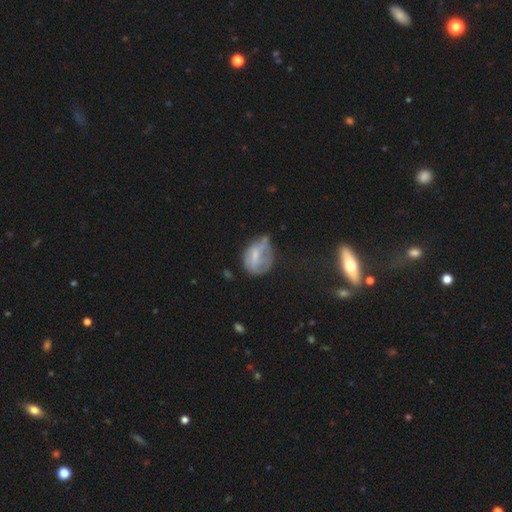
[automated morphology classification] Smooth or featured: smooth — 49% (featured or disk — 40%)
Merging: minor disturbance — 36% (none — 34%)